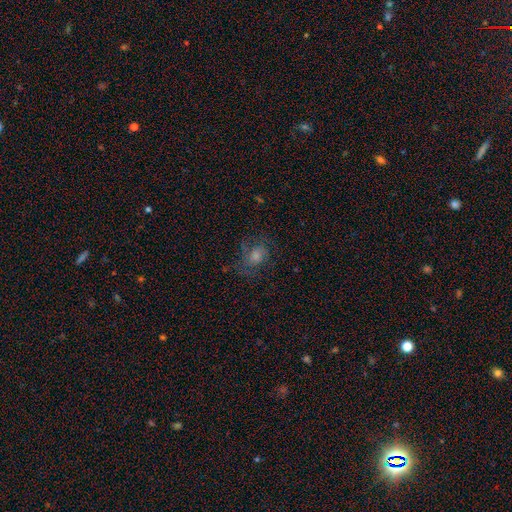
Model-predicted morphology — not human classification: smooth-or-featured: featured or disk: 49% | smooth: 29% | star or artifact: 21%
  merging: none: 67% | minor disturbance: 18% | major disturbance: 14% | merger: 1%